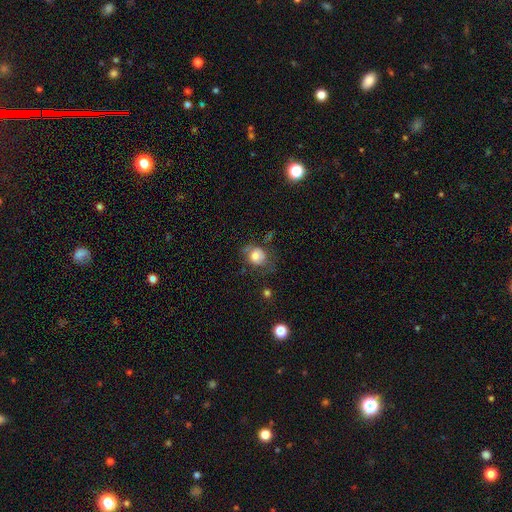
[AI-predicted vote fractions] Smooth or featured?
  - smooth: 66% *
  - featured or disk: 24%
  - star or artifact: 10%
How rounded?
  - round: 62% *
  - in between: 37%
  - cigar-shaped: 1%
Merging?
  - none: 48% *
  - minor disturbance: 28%
  - major disturbance: 20%
  - merger: 5%